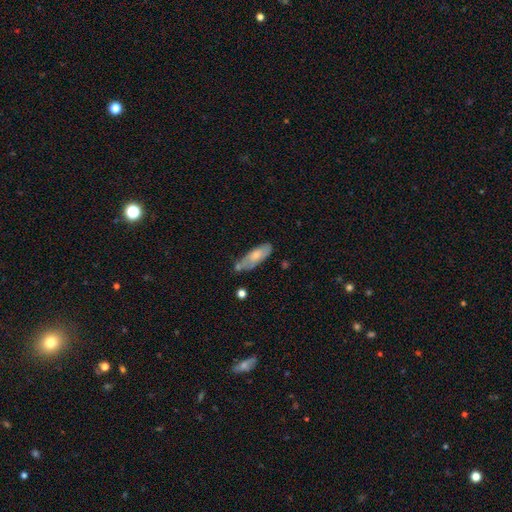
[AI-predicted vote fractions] A smooth galaxy with no disk features (65%) that is in between round and cigar-shaped (59%). Merging: none (53%).